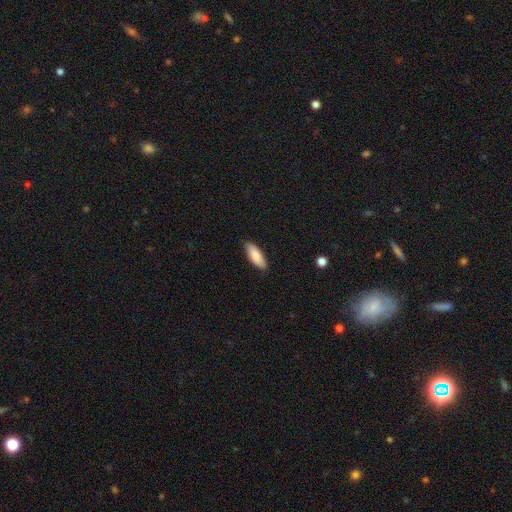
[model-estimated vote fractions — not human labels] This appears to be a smooth galaxy with no disk features (86%) that is in between round and cigar-shaped (70%). Merging: none (87%).